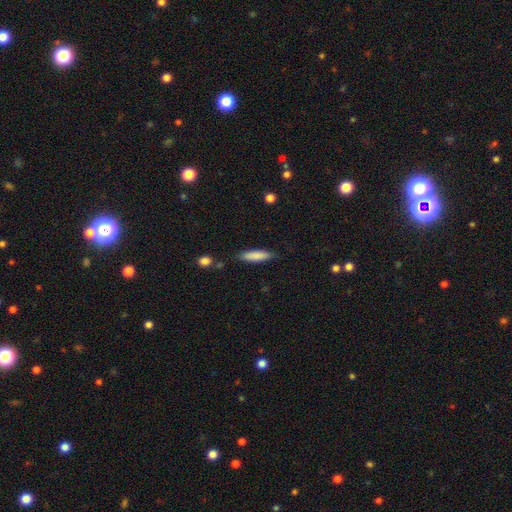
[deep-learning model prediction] A smooth galaxy with no disk features (82%) that is cigar-shaped (75%).

Vote fractions:
- Smooth or featured? smooth: 82% / featured or disk: 12% / star or artifact: 6%
- How rounded? cigar-shaped: 75% / in between: 24% / round: 1%
- Merging? none: 82% / minor disturbance: 13% / major disturbance: 3% / merger: 2%